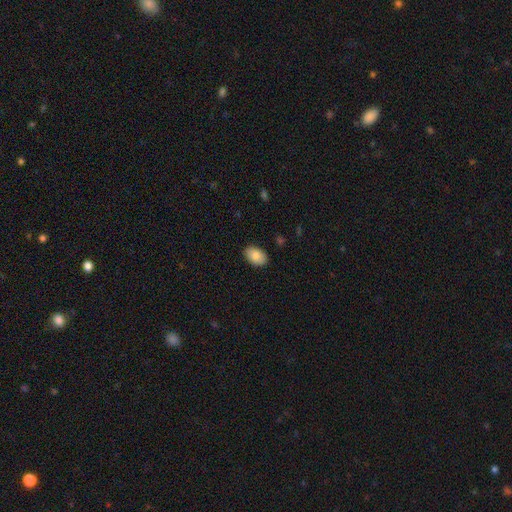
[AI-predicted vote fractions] Q: Smooth or featured?
A: smooth (86%); runner-up: featured or disk (8%)
Q: How rounded?
A: in between (90%); runner-up: round (9%)
Q: Merging?
A: none (88%); runner-up: minor disturbance (9%)